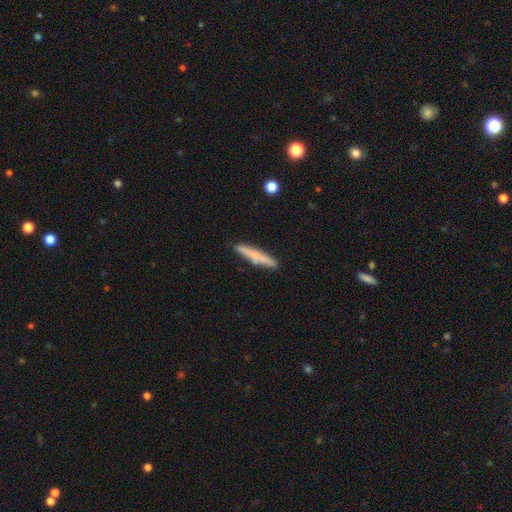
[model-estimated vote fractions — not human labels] A smooth galaxy with no disk features (66%) that is cigar-shaped (93%).

Vote fractions:
- Smooth or featured? smooth: 66% / featured or disk: 28% / star or artifact: 6%
- How rounded? cigar-shaped: 93% / in between: 6% / round: 2%
- Merging? none: 82% / minor disturbance: 12% / merger: 4% / major disturbance: 2%